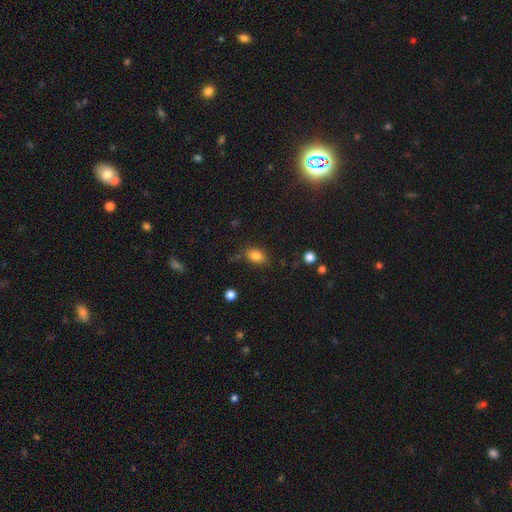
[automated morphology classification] Smooth or featured? smooth (84%)
How rounded? in between (80%)
Merging? none (77%)